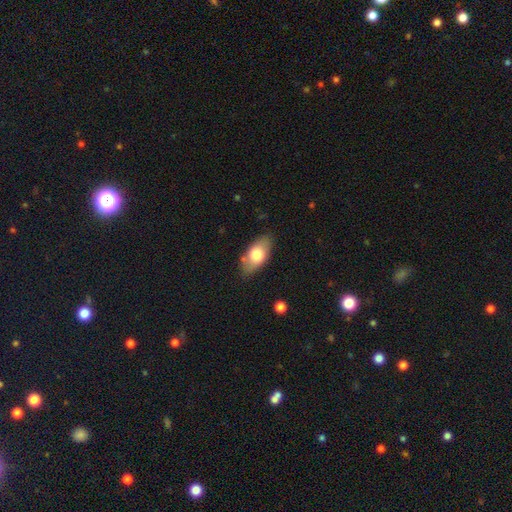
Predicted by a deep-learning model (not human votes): Smooth or featured: smooth — 72% (featured or disk — 21%)
How rounded: in between — 90% (cigar-shaped — 5%)
Merging: none — 80% (minor disturbance — 15%)